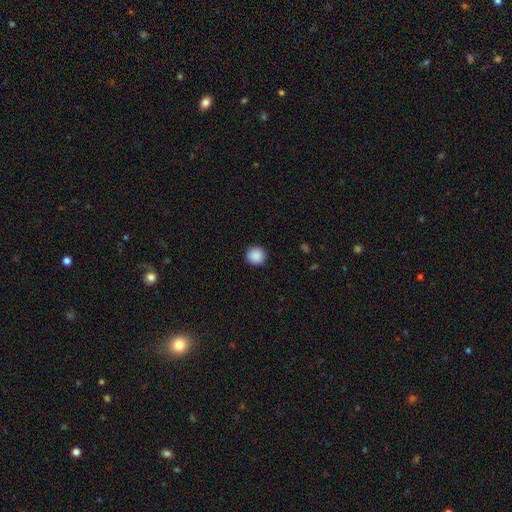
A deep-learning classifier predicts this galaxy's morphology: Q: Smooth or featured?
A: smooth (89%); runner-up: star or artifact (8%)
Q: How rounded?
A: round (94%); runner-up: in between (5%)
Q: Merging?
A: none (93%); runner-up: minor disturbance (5%)